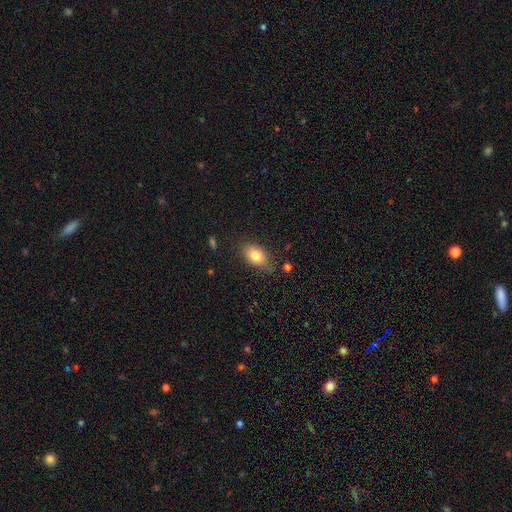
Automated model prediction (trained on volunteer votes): Overall: smooth (79%). How rounded: in between (82%). Merging: none (76%).